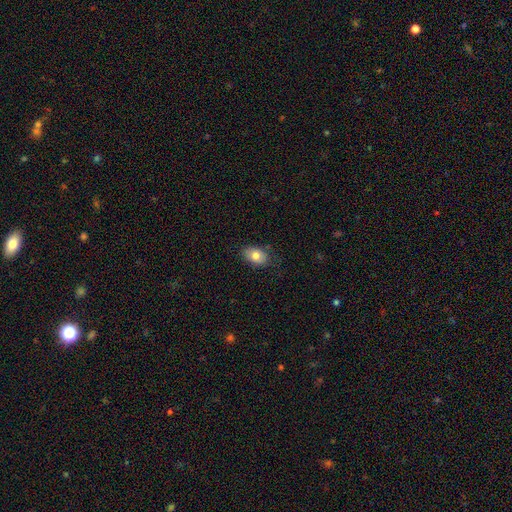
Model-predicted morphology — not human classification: Smooth or featured? smooth (79%)
How rounded? in between (83%)
Merging? none (77%)